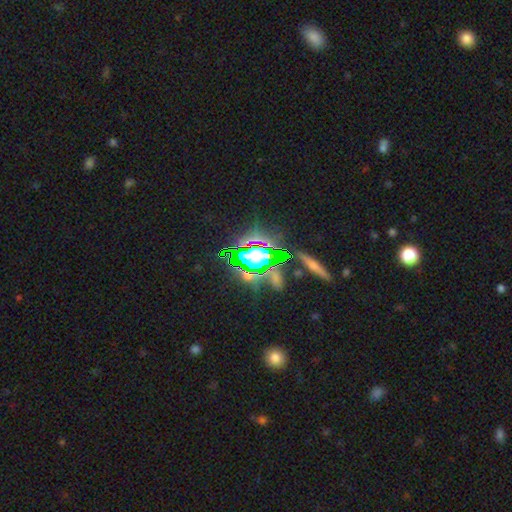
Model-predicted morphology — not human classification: Smooth or featured? Predicted: star or artifact (p=0.66).